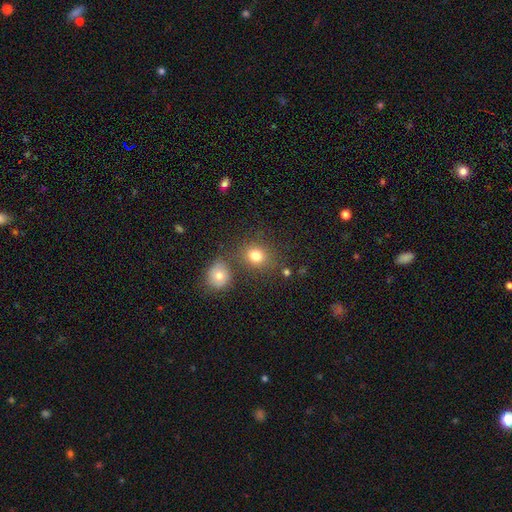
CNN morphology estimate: Smooth or featured? Predicted: smooth (p=0.78). How rounded? Predicted: round (p=0.73). Merging? Predicted: none (p=0.72).